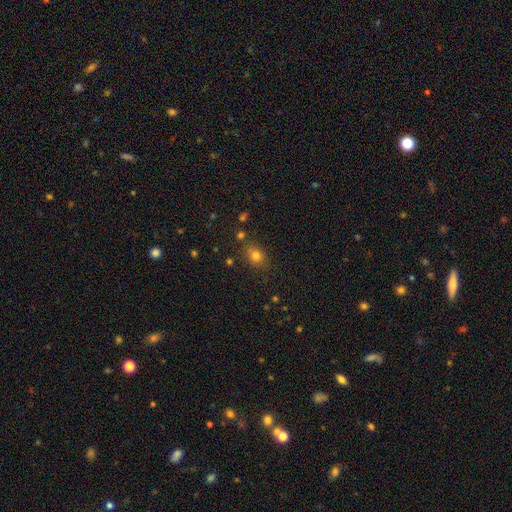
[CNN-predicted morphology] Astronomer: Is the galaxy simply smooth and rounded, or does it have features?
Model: smooth — 77%.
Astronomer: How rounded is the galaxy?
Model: round — 56% (runner-up: in between, 43%).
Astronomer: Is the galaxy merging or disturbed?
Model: none — 76%.